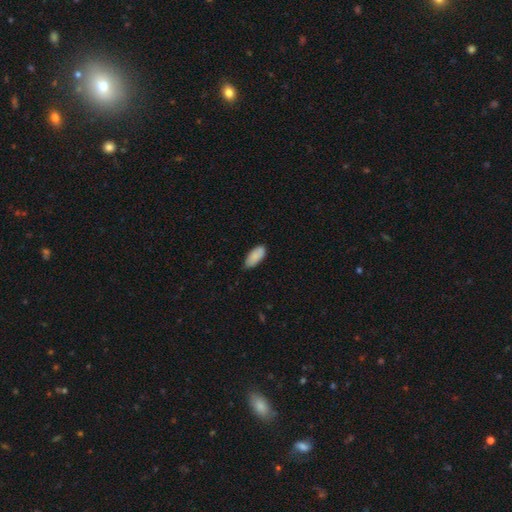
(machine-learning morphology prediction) Smooth or featured? smooth (87%)
How rounded? in between (89%)
Merging? none (73%)